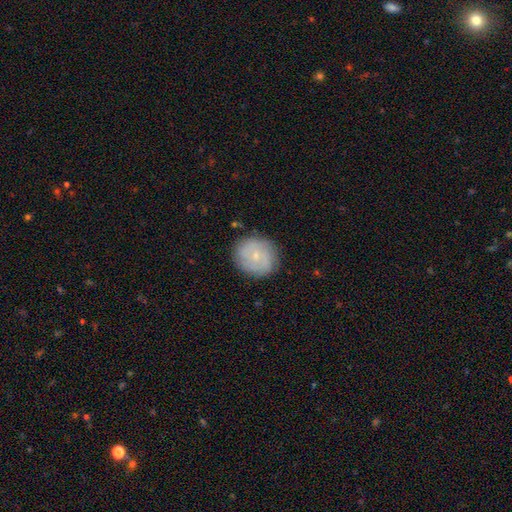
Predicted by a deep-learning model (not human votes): Smooth or featured? smooth (49%)
Merging? none (83%)